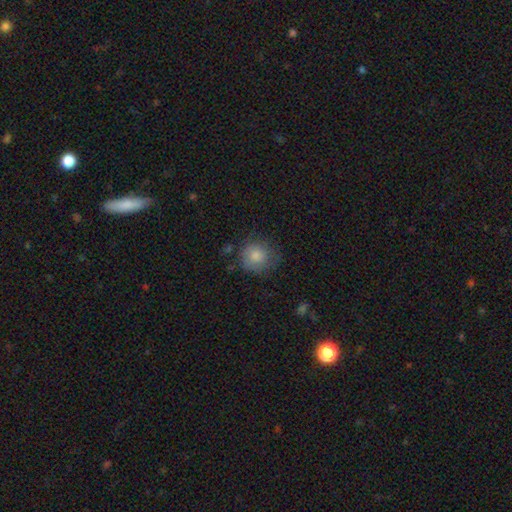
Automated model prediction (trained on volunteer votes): Smooth or featured? smooth (83%)
How rounded? round (89%)
Merging? none (68%)